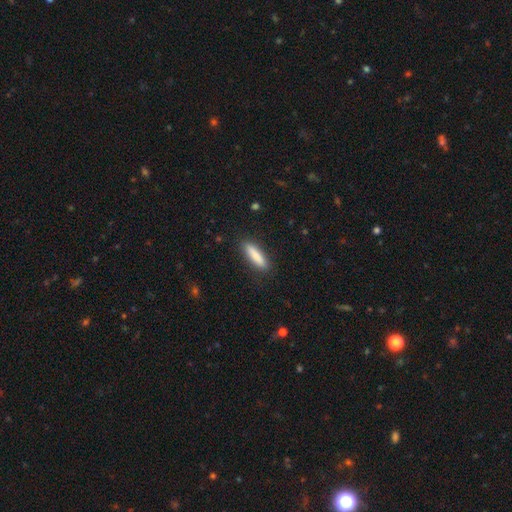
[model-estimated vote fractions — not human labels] Smooth or featured? Predicted: smooth (p=0.86). How rounded? Predicted: cigar-shaped (p=0.73). Merging? Predicted: none (p=0.89).